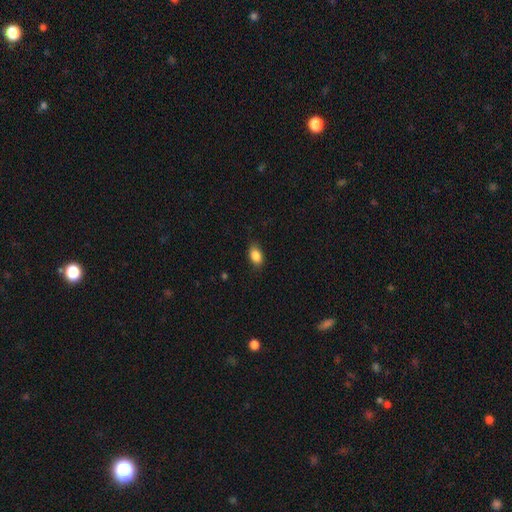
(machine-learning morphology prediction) smooth-or-featured: smooth: 87% | star or artifact: 8% | featured or disk: 5%
  how-rounded: in between: 84% | round: 14% | cigar-shaped: 2%
  merging: none: 82% | minor disturbance: 14% | major disturbance: 3% | merger: 1%